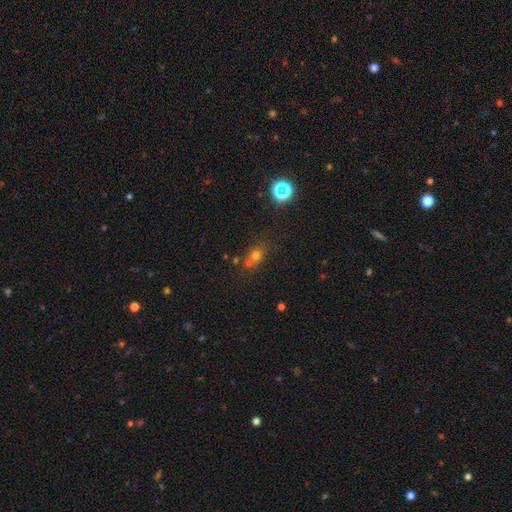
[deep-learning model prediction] smooth-or-featured: smooth: 60% | star or artifact: 26% | featured or disk: 14%
  how-rounded: round: 61% | in between: 36% | cigar-shaped: 3%
  merging: none: 50% | merger: 31% | minor disturbance: 13% | major disturbance: 6%